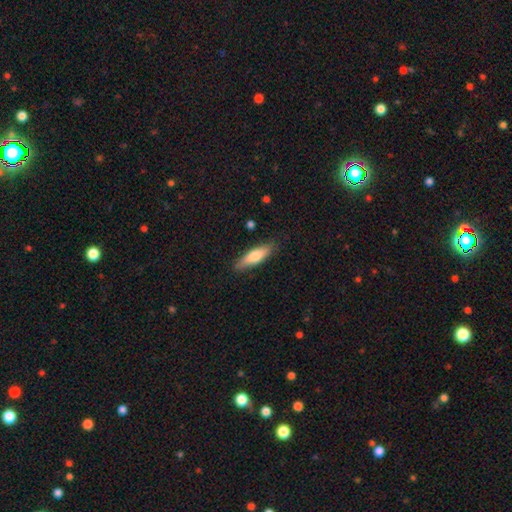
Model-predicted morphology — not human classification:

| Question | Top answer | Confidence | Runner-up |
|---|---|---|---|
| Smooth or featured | smooth | 66% | featured or disk (29%) |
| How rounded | cigar-shaped | 64% | in between (34%) |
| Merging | none | 85% | minor disturbance (11%) |